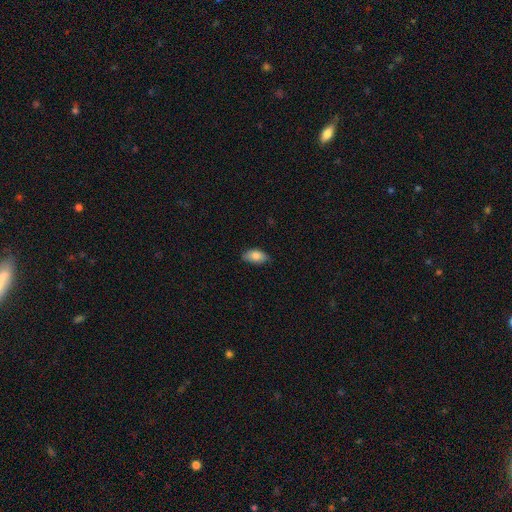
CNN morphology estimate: Overall: smooth (82%). How rounded: in between (91%). Merging: none (77%).